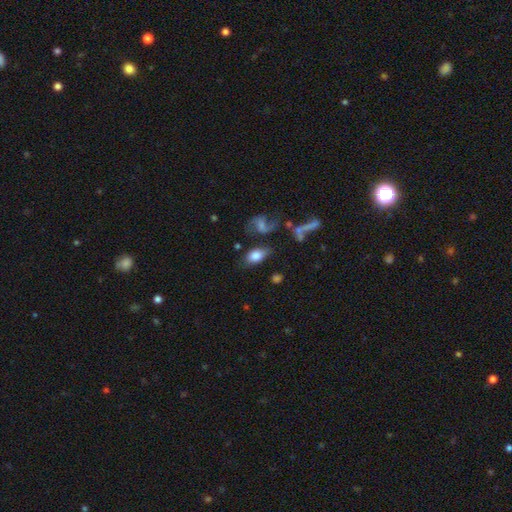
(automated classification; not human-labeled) Smooth or featured? smooth (75%)
How rounded? in between (86%)
Merging? none (60%)